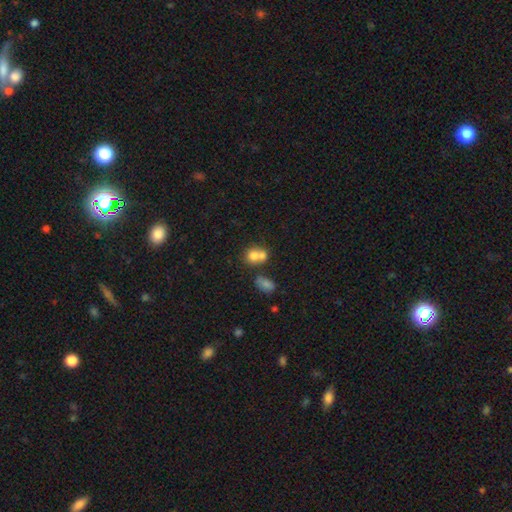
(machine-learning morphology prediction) Q: Smooth or featured?
A: smooth (75%); runner-up: featured or disk (14%)
Q: How rounded?
A: round (66%); runner-up: in between (33%)
Q: Merging?
A: merger (59%); runner-up: none (30%)